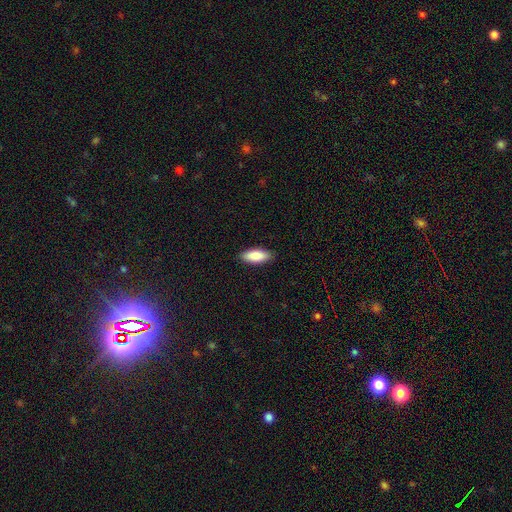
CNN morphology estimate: A smooth galaxy with no disk features (87%) that is in between round and cigar-shaped (77%). Merging: none (89%).